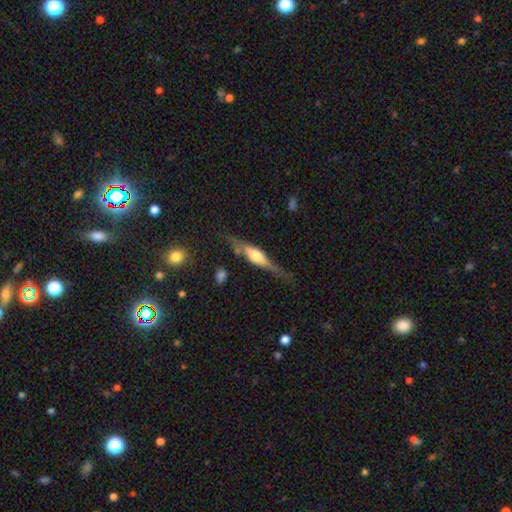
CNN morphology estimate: type=featured or disk (73%); edge-on=yes (95%); edge-on bulge=rounded (83%); merging=none (72%).